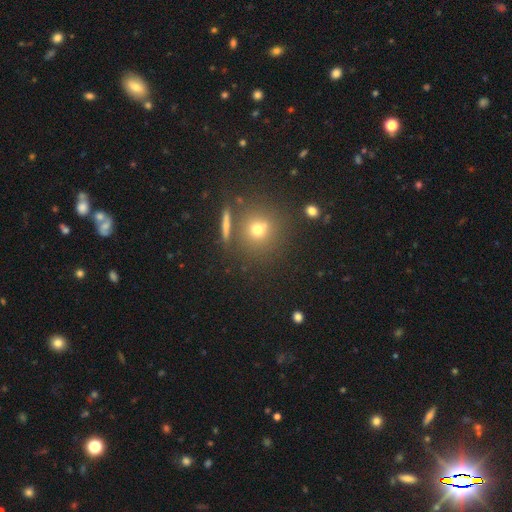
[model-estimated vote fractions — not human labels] smooth 55%, star or artifact 33%, featured or disk 12%. Down the decision tree: how rounded — round (91%); merging — none (80%).